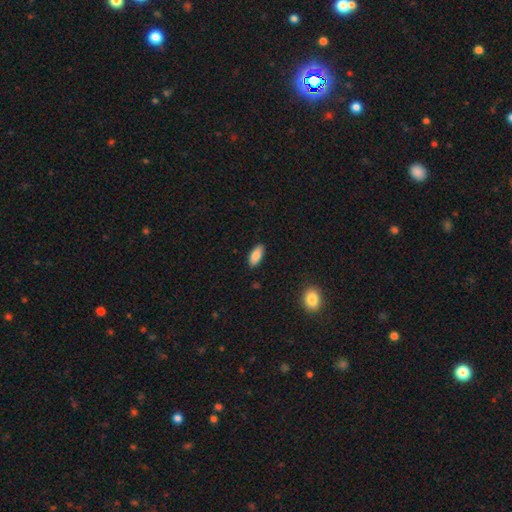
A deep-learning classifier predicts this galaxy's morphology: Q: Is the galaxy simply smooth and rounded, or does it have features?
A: smooth — 87%.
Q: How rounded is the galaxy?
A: in between — 85%.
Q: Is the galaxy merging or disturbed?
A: none — 88%.